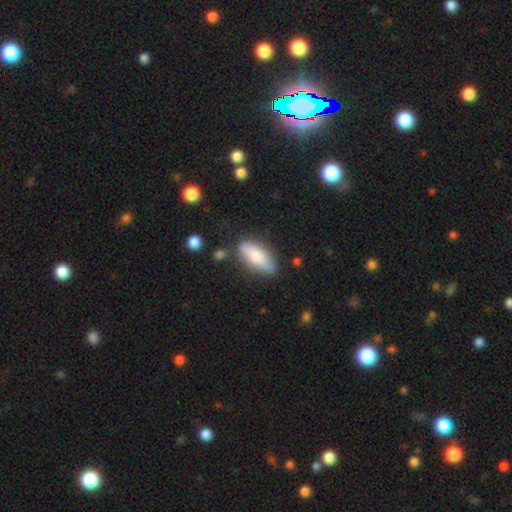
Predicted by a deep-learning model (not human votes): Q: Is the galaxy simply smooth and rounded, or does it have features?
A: smooth — 69%.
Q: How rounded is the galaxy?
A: in between — 67%.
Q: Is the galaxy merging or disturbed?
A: none — 73%.